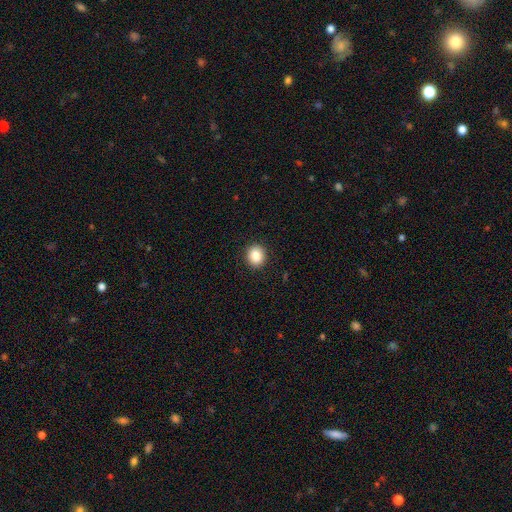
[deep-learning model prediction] Q: Smooth or featured?
A: smooth (86%); runner-up: star or artifact (9%)
Q: How rounded?
A: round (75%); runner-up: in between (24%)
Q: Merging?
A: none (91%); runner-up: minor disturbance (6%)